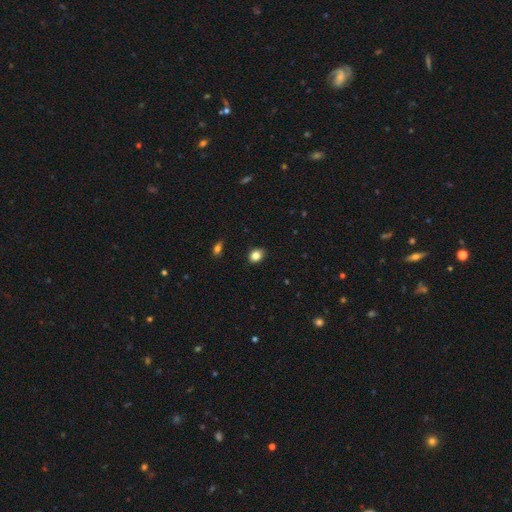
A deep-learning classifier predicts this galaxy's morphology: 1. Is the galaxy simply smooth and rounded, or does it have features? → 84% smooth, 10% star or artifact, 6% featured or disk.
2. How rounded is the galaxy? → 57% in between, 42% round, 1% cigar-shaped.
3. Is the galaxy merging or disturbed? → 88% none, 9% minor disturbance, 2% major disturbance, 1% merger.